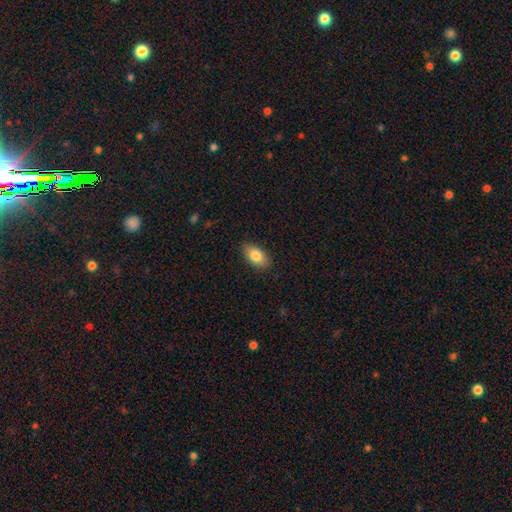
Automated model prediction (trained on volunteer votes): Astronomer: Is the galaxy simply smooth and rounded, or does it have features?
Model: smooth — 83%.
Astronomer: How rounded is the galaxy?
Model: in between — 92%.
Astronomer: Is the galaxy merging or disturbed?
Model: none — 87%.